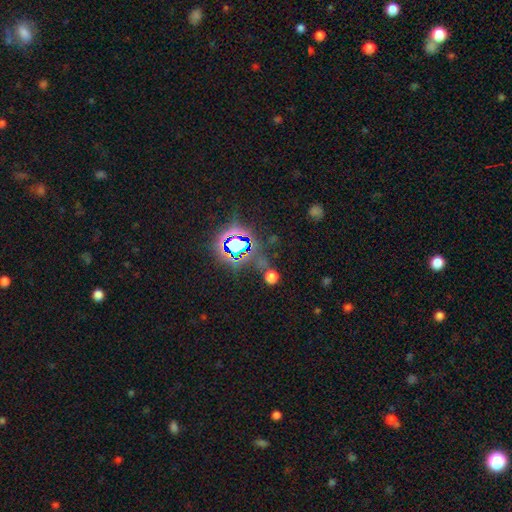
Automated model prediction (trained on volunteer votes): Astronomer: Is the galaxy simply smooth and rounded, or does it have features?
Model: star or artifact — 80%.